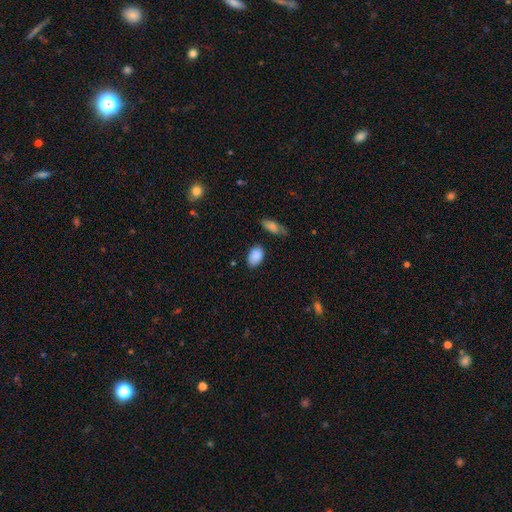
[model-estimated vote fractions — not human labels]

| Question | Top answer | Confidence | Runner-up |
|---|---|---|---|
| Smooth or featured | smooth | 88% | star or artifact (7%) |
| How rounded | in between | 89% | round (10%) |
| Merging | none | 79% | minor disturbance (14%) |